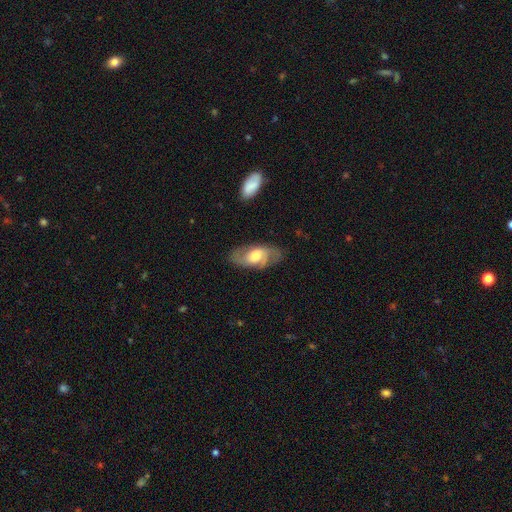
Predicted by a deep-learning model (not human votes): Smooth or featured?
  - featured or disk: 62% *
  - smooth: 32%
  - star or artifact: 6%
Edge-on disk?
  - no: 91% *
  - yes: 9%
Bar?
  - no: 59% *
  - weak: 34%
  - strong: 7%
Spiral arms?
  - yes: 84% *
  - no: 16%
Bulge size?
  - moderate: 62% *
  - large: 19%
  - small: 15%
  - none: 2%
  - dominant: 2%
Merging?
  - none: 70% *
  - minor disturbance: 20%
  - major disturbance: 8%
  - merger: 2%